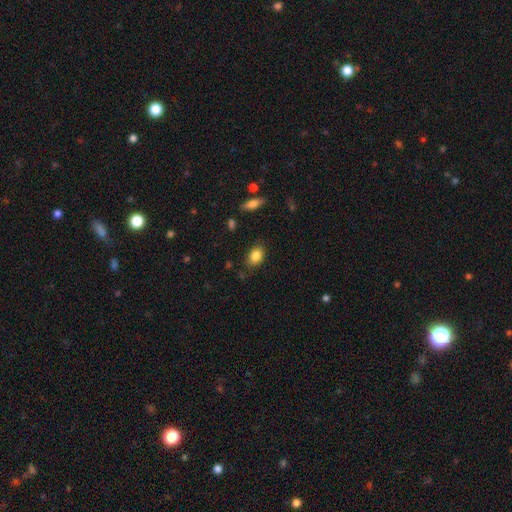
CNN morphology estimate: Overall: smooth (85%). How rounded: in between (76%). Merging: none (79%).